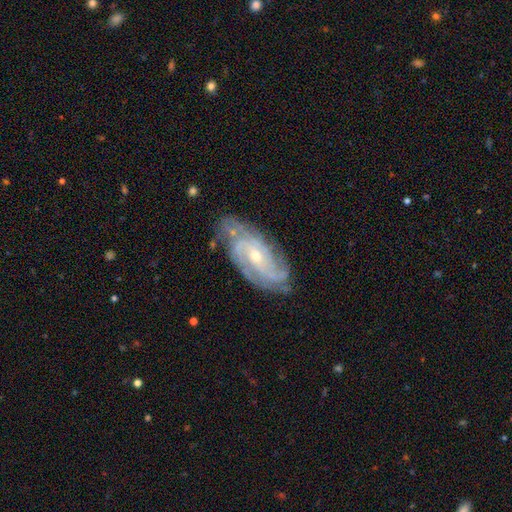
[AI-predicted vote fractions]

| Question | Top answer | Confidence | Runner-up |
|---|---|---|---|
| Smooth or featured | featured or disk | 89% | star or artifact (6%) |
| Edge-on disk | no | 95% | yes (5%) |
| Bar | no | 58% | weak (33%) |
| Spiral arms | yes | 98% | no (2%) |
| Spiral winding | tight | 64% | medium (30%) |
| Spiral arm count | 3 | 27% | 4 (23%) |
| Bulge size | small | 60% | moderate (37%) |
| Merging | none | 74% | minor disturbance (19%) |